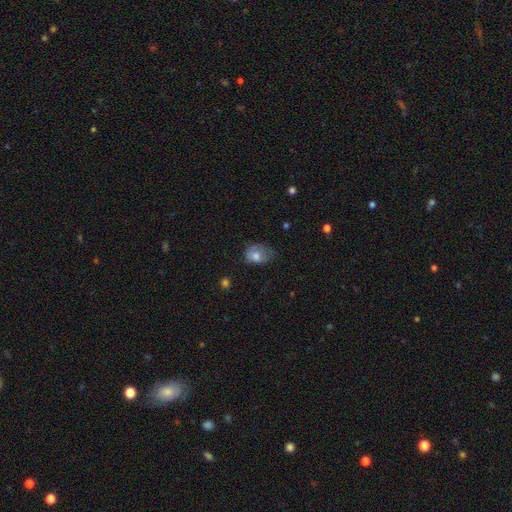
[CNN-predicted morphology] Overall: smooth (67%). How rounded: in between (68%; round 31%). Merging: minor disturbance (38%; none 33%).